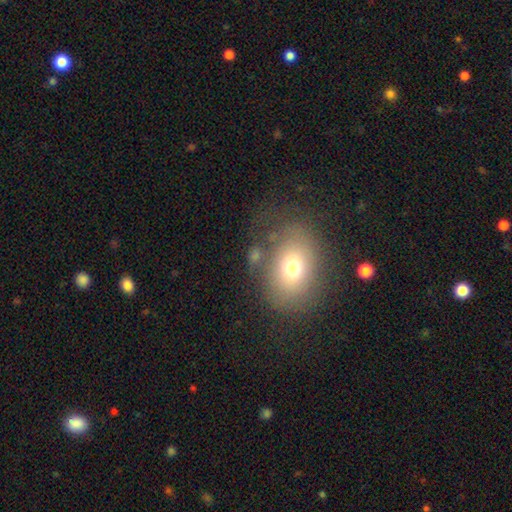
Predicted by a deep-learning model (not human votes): Smooth or featured? smooth (68%)
How rounded? in between (65%)
Merging? none (62%)